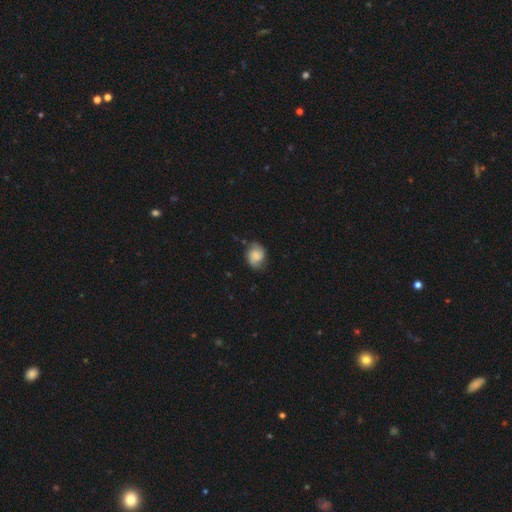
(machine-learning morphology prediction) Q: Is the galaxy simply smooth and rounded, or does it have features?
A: smooth — 60%.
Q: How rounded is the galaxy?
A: round — 52%.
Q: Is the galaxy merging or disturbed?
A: none — 67%.